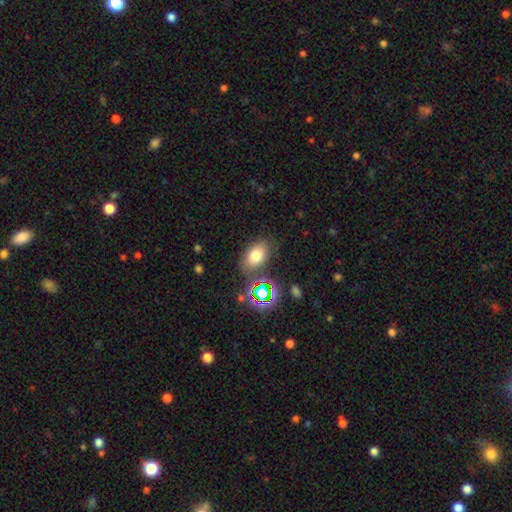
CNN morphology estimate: This is likely a smooth galaxy (70%). How rounded: clearly in between (83%). Merging: likely none (76%).